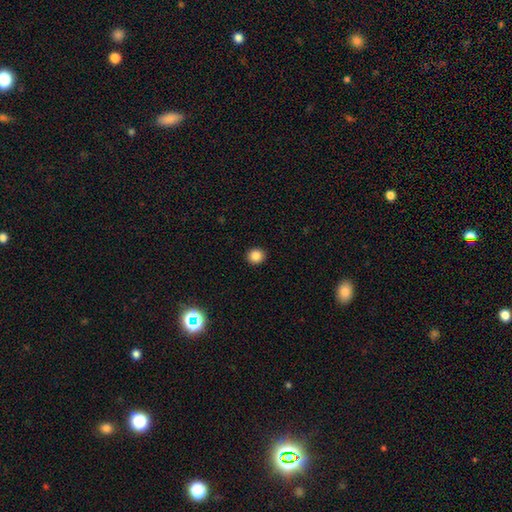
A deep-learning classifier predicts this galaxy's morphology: The model was most divided on "smooth or featured": smooth: 84%, star or artifact: 11%, featured or disk: 4%. More confident: merging — none (93%); how rounded — round (90%).